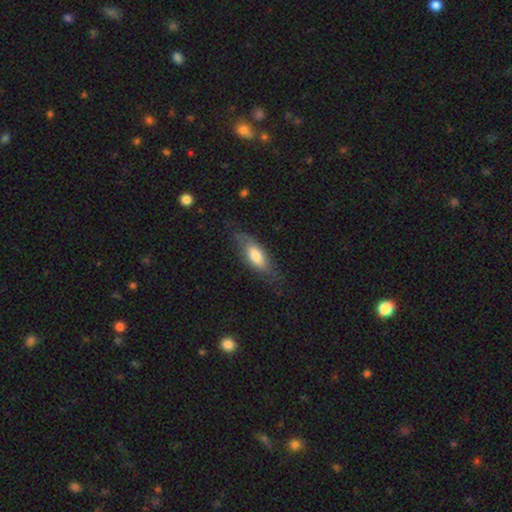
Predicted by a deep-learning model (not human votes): This is likely a smooth galaxy (67%). How rounded: likely in between (72%). Merging: likely none (65%).